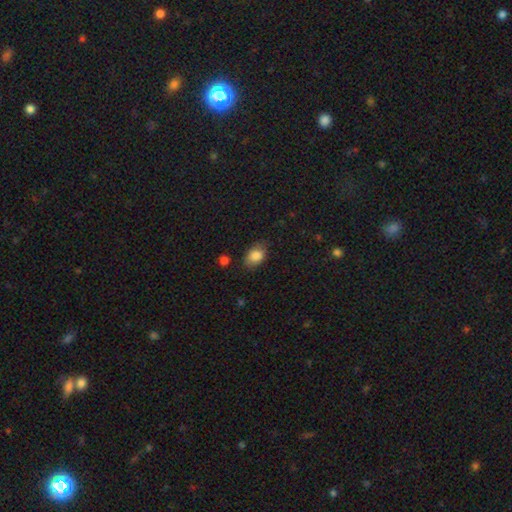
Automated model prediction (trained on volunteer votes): A smooth galaxy with no disk features (84%) that is in between round and cigar-shaped (82%). Merging: none (74%).